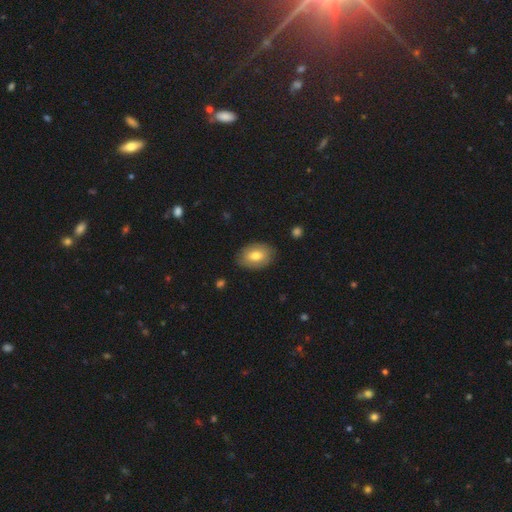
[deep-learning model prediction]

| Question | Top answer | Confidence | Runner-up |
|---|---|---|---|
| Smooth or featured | smooth | 73% | featured or disk (19%) |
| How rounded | in between | 80% | round (19%) |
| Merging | none | 82% | minor disturbance (14%) |